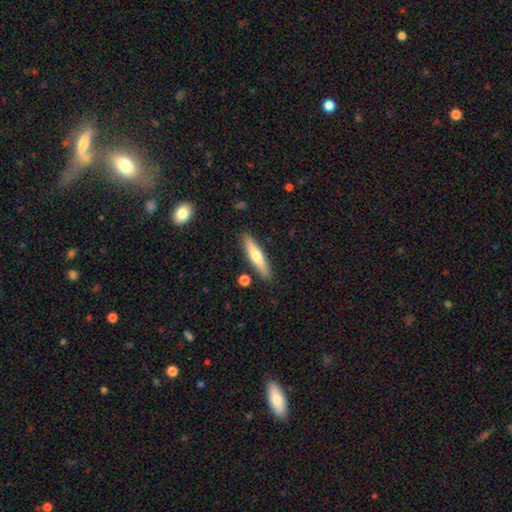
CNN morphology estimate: Q: Smooth or featured?
A: smooth (56%); runner-up: featured or disk (38%)
Q: How rounded?
A: cigar-shaped (83%); runner-up: in between (16%)
Q: Merging?
A: none (86%); runner-up: minor disturbance (9%)